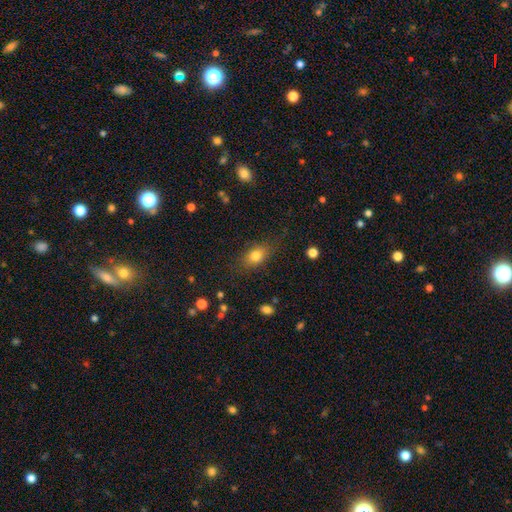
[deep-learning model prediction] This is likely a smooth galaxy (79%). How rounded: likely in between (71%). Merging: likely none (75%).